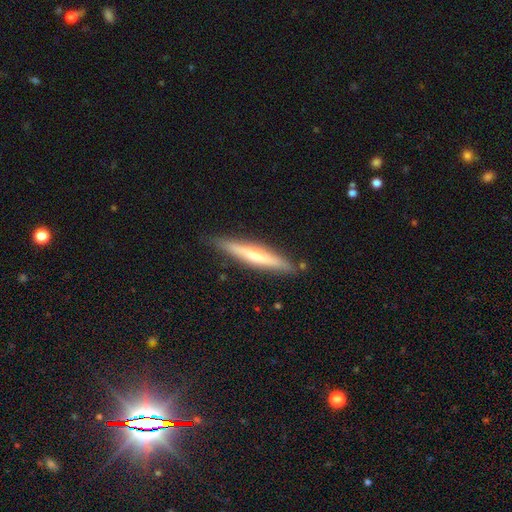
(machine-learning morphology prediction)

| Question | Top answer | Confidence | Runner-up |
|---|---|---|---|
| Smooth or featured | smooth | 48% | featured or disk (47%) |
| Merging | none | 86% | minor disturbance (10%) |